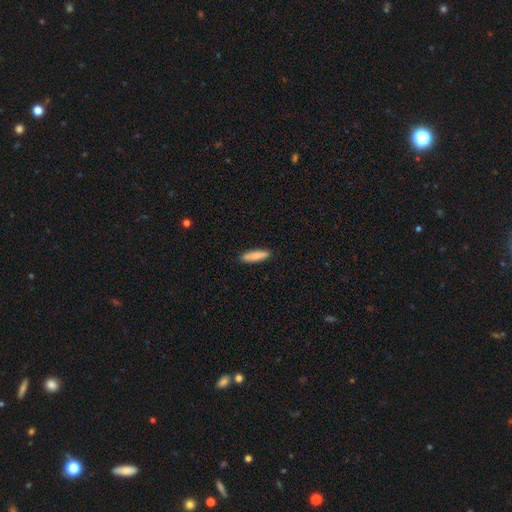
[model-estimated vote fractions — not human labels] A smooth galaxy with no disk features (84%) that is cigar-shaped (74%).

Vote fractions:
- Smooth or featured? smooth: 84% / featured or disk: 10% / star or artifact: 6%
- How rounded? cigar-shaped: 74% / in between: 25% / round: 1%
- Merging? none: 89% / minor disturbance: 8% / major disturbance: 2% / merger: 1%